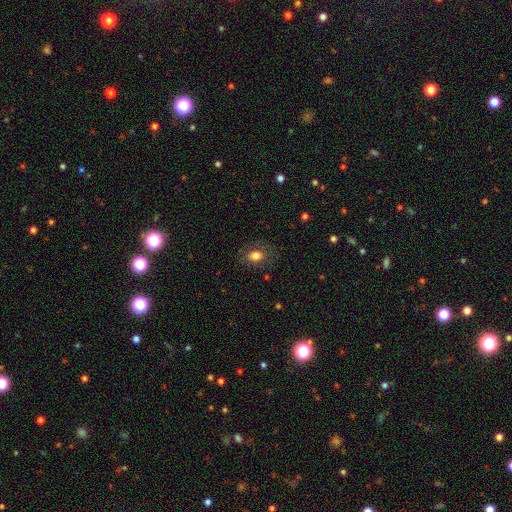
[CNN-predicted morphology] smooth_or_featured: smooth (p=0.73) [alt: featured or disk p=0.18]
how_rounded: in between (p=0.67) [alt: round p=0.31]
merging: none (p=0.78) [alt: minor disturbance p=0.14]